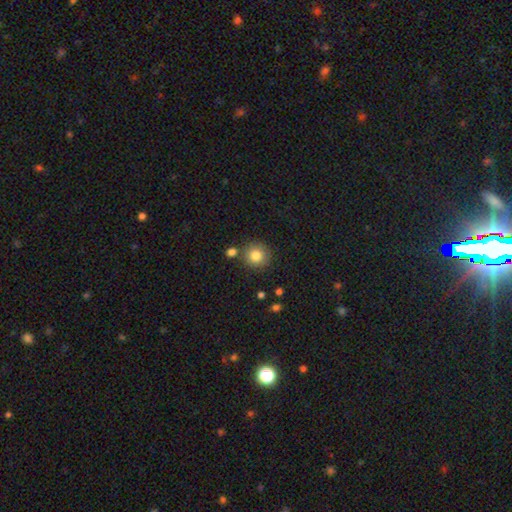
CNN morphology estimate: smooth_or_featured: smooth (p=0.83) [alt: star or artifact p=0.10]
how_rounded: round (p=0.92) [alt: in between p=0.07]
merging: none (p=0.80) [alt: minor disturbance p=0.09]